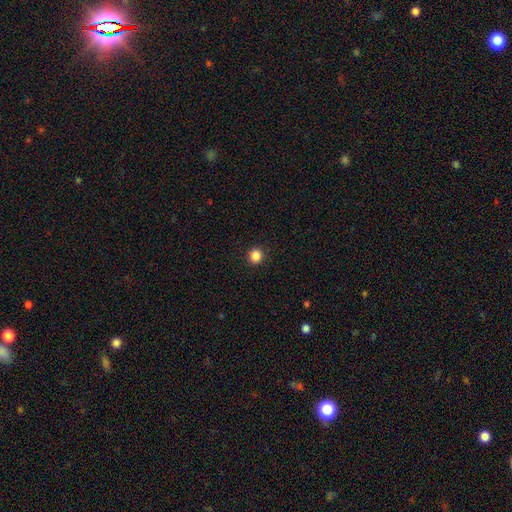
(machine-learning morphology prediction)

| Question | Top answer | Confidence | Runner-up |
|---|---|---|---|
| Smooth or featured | smooth | 86% | star or artifact (11%) |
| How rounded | round | 91% | in between (8%) |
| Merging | none | 92% | minor disturbance (5%) |